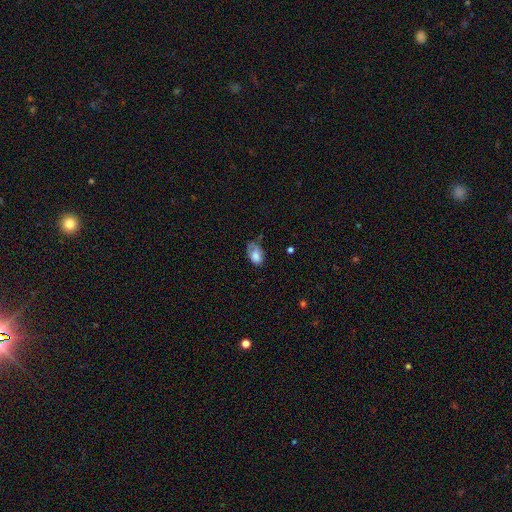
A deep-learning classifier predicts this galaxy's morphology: Overall: smooth (75%). How rounded: in between (89%). Merging: minor disturbance (39%; none 38%).